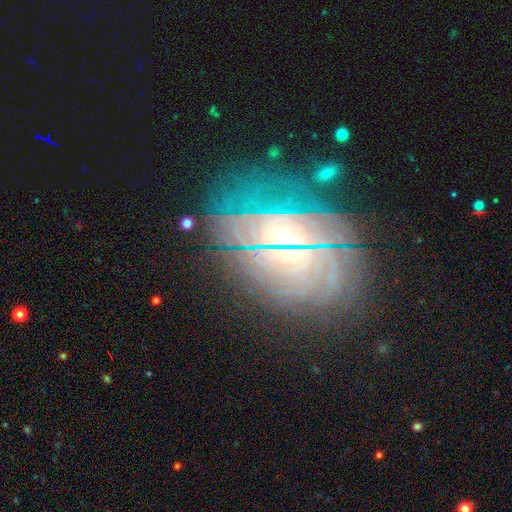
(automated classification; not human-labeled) The model was most divided on "bulge size": small: 45%, moderate: 40%, large: 8%, none: 4%, dominant: 3%. More confident: edge-on disk — no (87%); merging — none (76%); spiral arms — yes (76%); smooth or featured — featured or disk (62%); bar — no (51%).